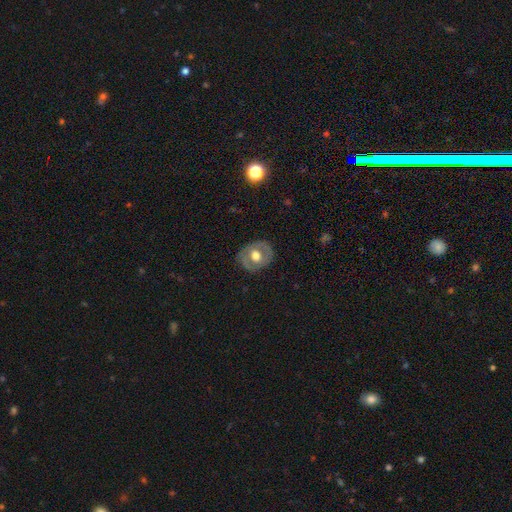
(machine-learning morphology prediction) Smooth or featured? Predicted: featured or disk (p=0.55). Edge-on disk? Predicted: no (p=0.95). Bar? Predicted: no (p=0.74). Spiral arms? Predicted: no (p=0.71). Bulge size? Predicted: moderate (p=0.57). Merging? Predicted: none (p=0.78).